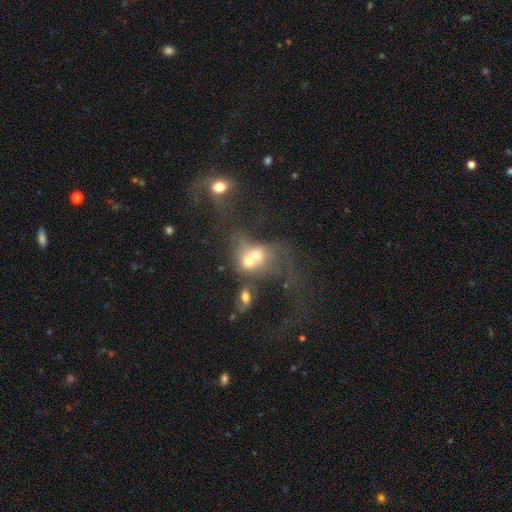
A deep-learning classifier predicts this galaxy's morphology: This appears to be a smooth galaxy with no disk features (52%) that is round (55%). Merging: merger (72%).